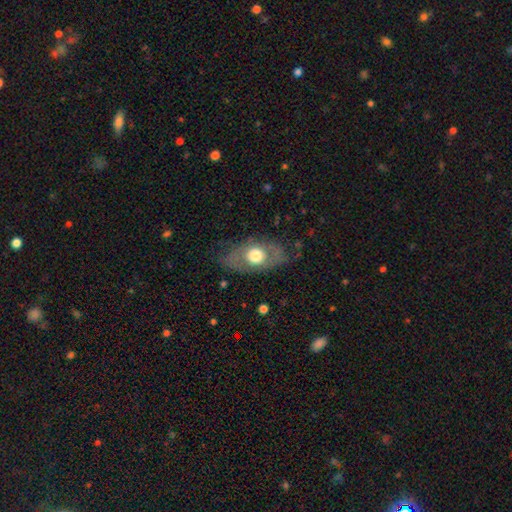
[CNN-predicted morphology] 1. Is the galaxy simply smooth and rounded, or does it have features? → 48% smooth, 45% featured or disk, 7% star or artifact.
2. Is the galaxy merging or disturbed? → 69% none, 20% minor disturbance, 10% major disturbance, 1% merger.